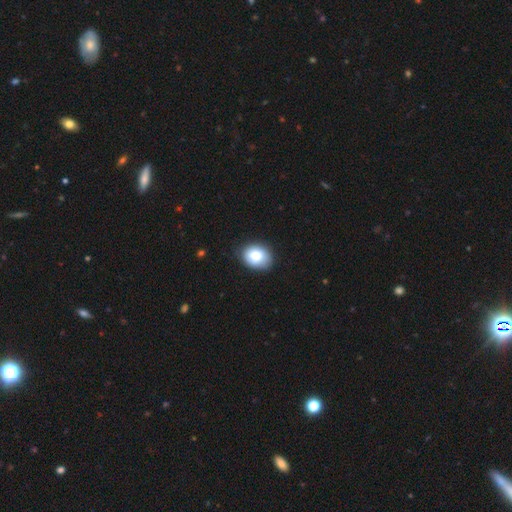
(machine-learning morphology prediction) Q: Smooth or featured?
A: smooth (80%); runner-up: featured or disk (12%)
Q: How rounded?
A: in between (60%); runner-up: round (39%)
Q: Merging?
A: none (82%); runner-up: minor disturbance (14%)